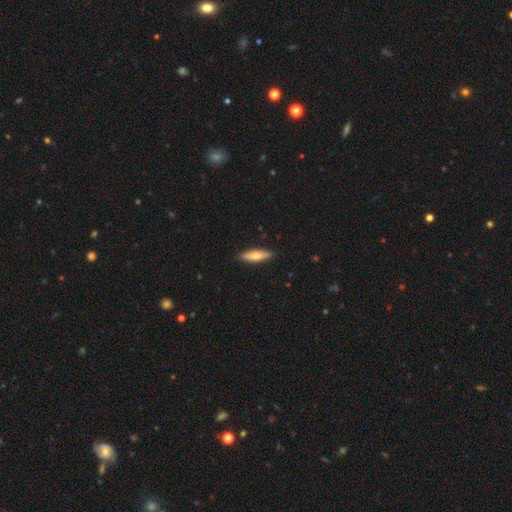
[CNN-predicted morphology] The model was most divided on "how rounded": cigar-shaped: 66%, in between: 32%, round: 2%. More confident: merging — none (88%); smooth or featured — smooth (68%).